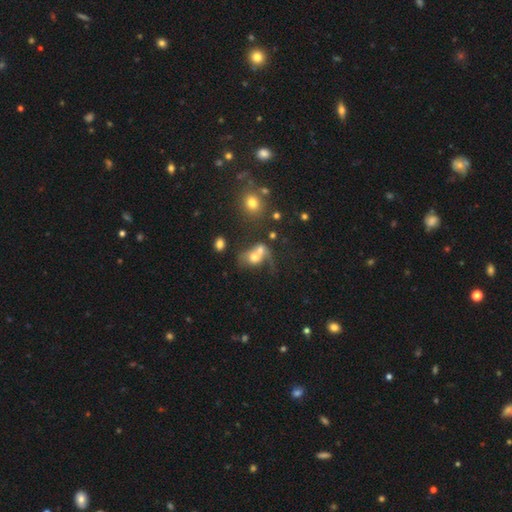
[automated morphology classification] smooth-or-featured: smooth: 60% | featured or disk: 27% | star or artifact: 12%
  how-rounded: round: 52% | in between: 47% | cigar-shaped: 2%
  merging: merger: 64% | none: 16% | major disturbance: 12% | minor disturbance: 8%